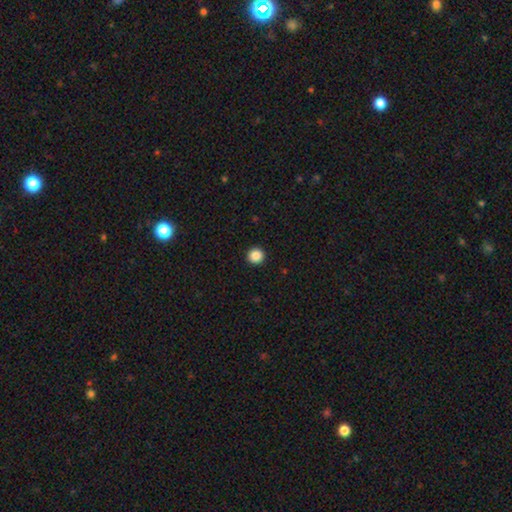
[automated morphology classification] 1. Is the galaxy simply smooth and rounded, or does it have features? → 87% smooth, 10% star or artifact, 3% featured or disk.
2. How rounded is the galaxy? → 96% round, 4% in between, 1% cigar-shaped.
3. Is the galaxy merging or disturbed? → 94% none, 4% minor disturbance, 1% major disturbance, 1% merger.